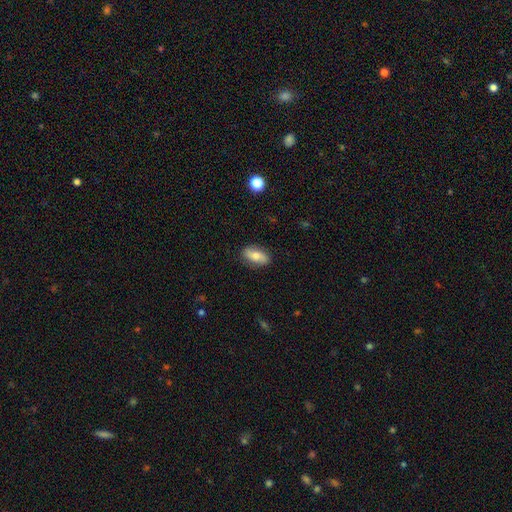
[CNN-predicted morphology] Q: Smooth or featured?
A: smooth (66%); runner-up: featured or disk (26%)
Q: How rounded?
A: in between (87%); runner-up: cigar-shaped (7%)
Q: Merging?
A: none (84%); runner-up: minor disturbance (12%)